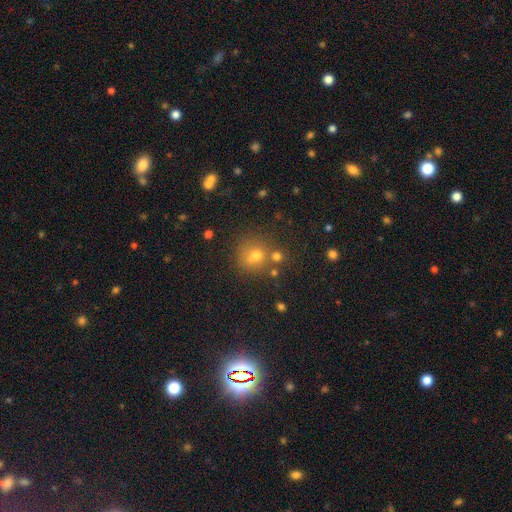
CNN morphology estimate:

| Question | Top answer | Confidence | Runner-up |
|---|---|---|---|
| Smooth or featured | smooth | 62% | star or artifact (25%) |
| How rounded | round | 85% | in between (14%) |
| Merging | none | 62% | merger (21%) |